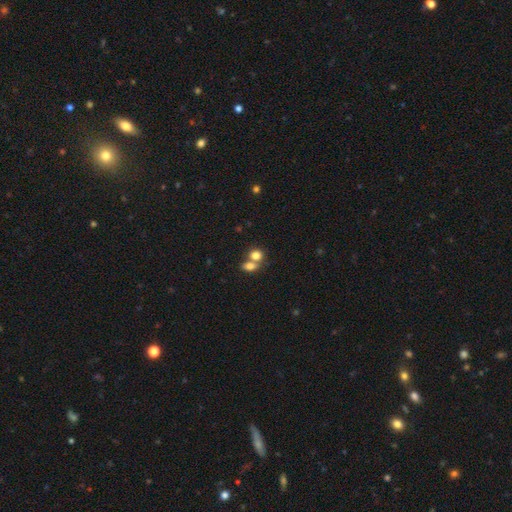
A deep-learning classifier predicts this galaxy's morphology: The model was most divided on "how rounded": round: 50%, in between: 49%, cigar-shaped: 2%. More confident: smooth or featured — smooth (78%); merging — merger (59%).